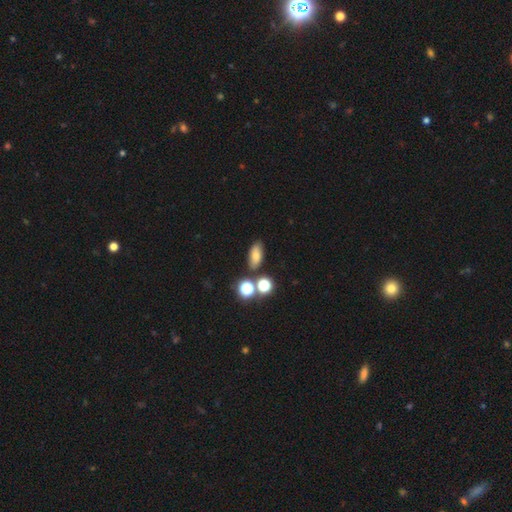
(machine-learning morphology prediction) Overall: smooth (69%). How rounded: in between (80%). Merging: none (75%).